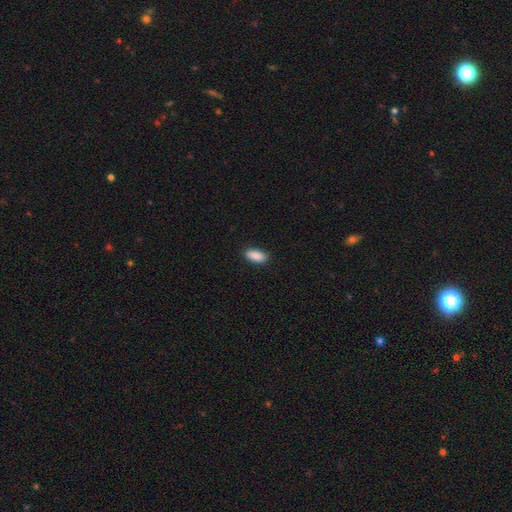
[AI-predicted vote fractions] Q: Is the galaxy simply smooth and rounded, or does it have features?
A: smooth — 90%.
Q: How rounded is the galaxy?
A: in between — 88%.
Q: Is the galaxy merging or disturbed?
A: none — 88%.